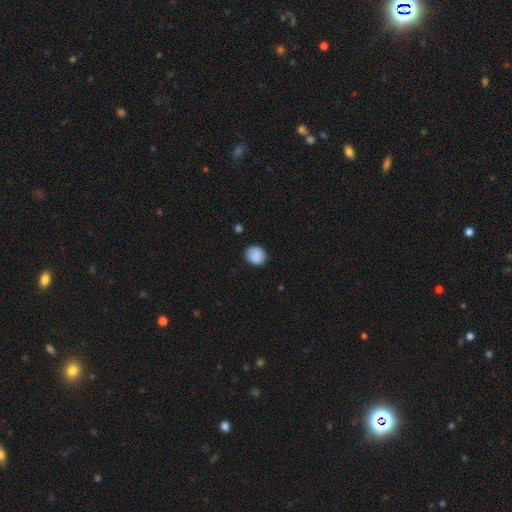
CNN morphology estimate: smooth_or_featured: smooth (p=0.88) [alt: star or artifact p=0.08]
how_rounded: round (p=0.74) [alt: in between p=0.25]
merging: none (p=0.83) [alt: minor disturbance p=0.13]